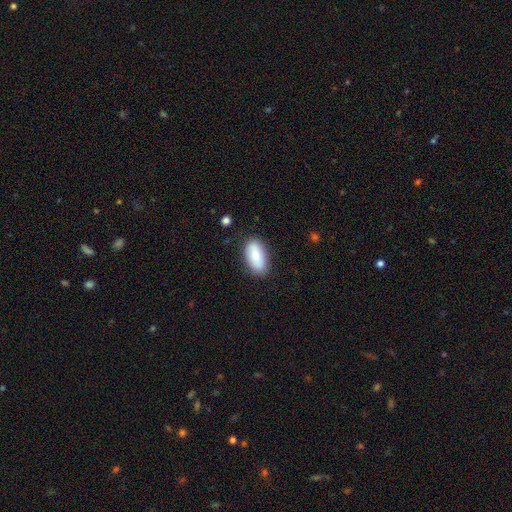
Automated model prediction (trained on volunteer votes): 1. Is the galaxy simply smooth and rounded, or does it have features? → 72% smooth, 21% featured or disk, 7% star or artifact.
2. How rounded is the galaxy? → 92% in between, 4% cigar-shaped, 4% round.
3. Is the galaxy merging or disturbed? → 84% none, 12% minor disturbance, 3% major disturbance, 1% merger.